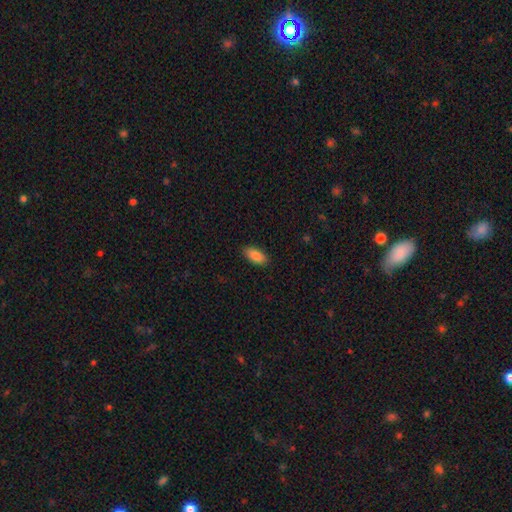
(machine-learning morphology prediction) type=smooth (87%); roundness=in between (89%); merging=none (88%).